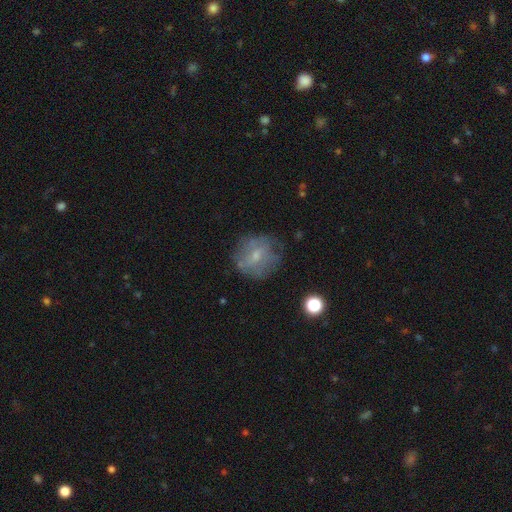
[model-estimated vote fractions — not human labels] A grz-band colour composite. It shows a featured or disk galaxy (45%). Merging: none (65%).